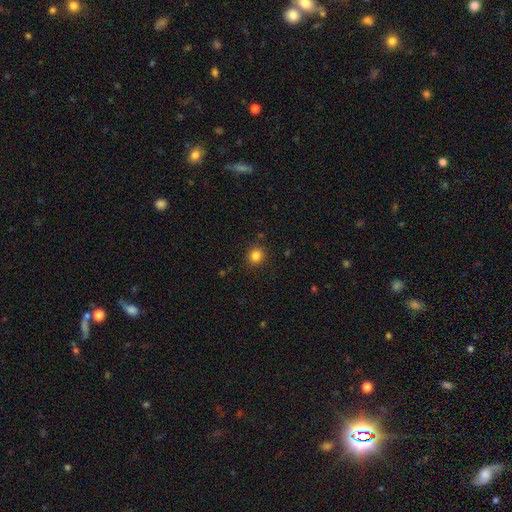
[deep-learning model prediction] Smooth or featured?
  - smooth: 83% *
  - star or artifact: 12%
  - featured or disk: 4%
How rounded?
  - round: 87% *
  - in between: 12%
  - cigar-shaped: 1%
Merging?
  - none: 89% *
  - minor disturbance: 7%
  - major disturbance: 2%
  - merger: 1%